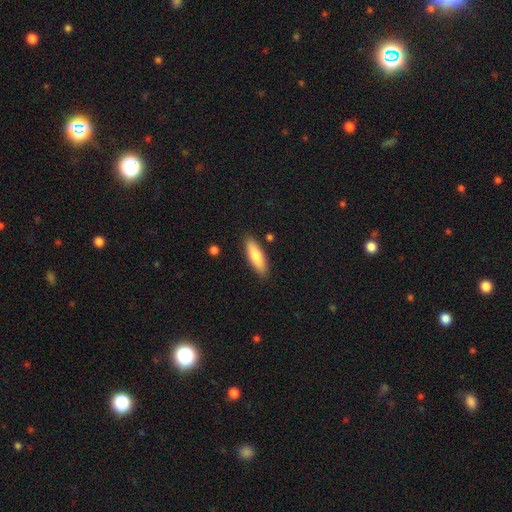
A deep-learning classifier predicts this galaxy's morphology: Smooth or featured? smooth (76%)
How rounded? cigar-shaped (53%)
Merging? none (87%)